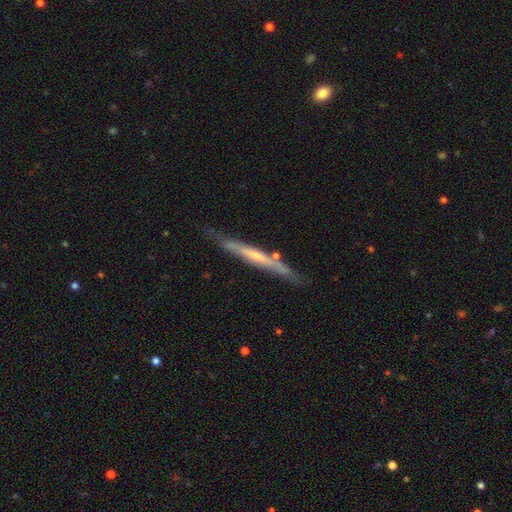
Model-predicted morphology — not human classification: Smooth or featured?
  - featured or disk: 64% *
  - smooth: 31%
  - star or artifact: 5%
Edge-on disk?
  - yes: 93% *
  - no: 7%
Edge-on bulge?
  - none: 66% *
  - rounded: 24%
  - boxy: 10%
Merging?
  - none: 77% *
  - minor disturbance: 17%
  - merger: 3%
  - major disturbance: 3%